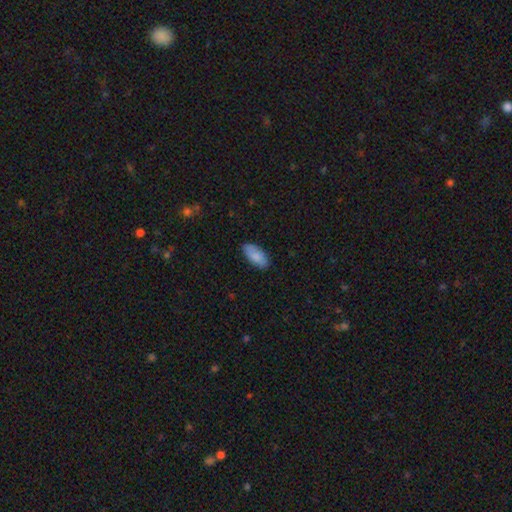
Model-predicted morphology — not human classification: A smooth galaxy with no disk features (83%) that is in between round and cigar-shaped (89%). Merging: none (82%).